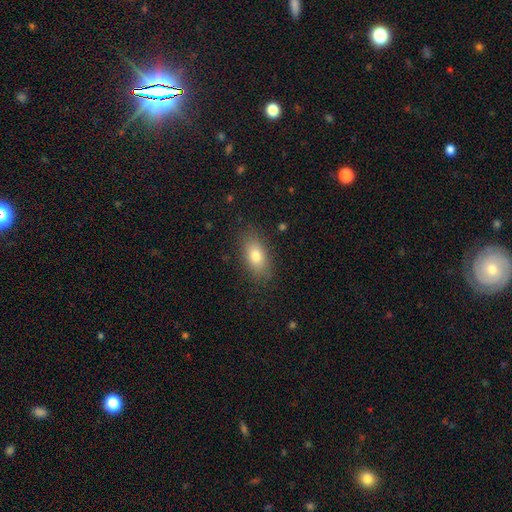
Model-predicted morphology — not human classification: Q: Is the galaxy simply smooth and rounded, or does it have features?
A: smooth — 78%.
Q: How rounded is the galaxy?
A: in between — 86%.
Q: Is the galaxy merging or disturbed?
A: none — 83%.